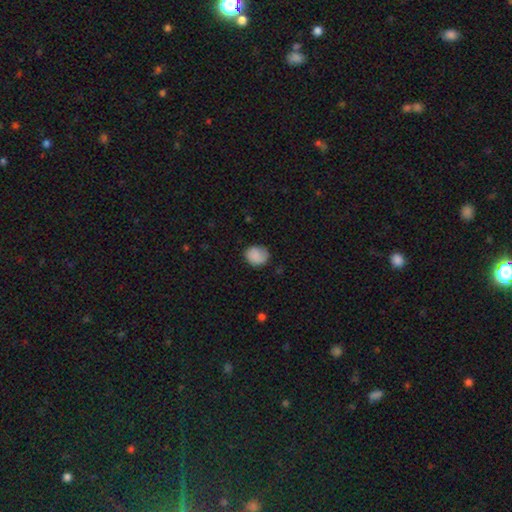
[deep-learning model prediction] Smooth or featured? Predicted: smooth (p=0.86). How rounded? Predicted: round (p=0.64). Merging? Predicted: none (p=0.74).